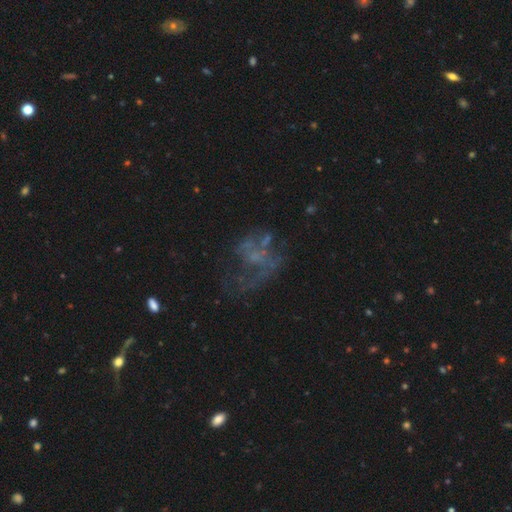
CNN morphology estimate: A featured or disk galaxy (56%) with no bar (88%), no spiral arms (79%) and no central bulge (69%).

Vote fractions:
- Smooth or featured? featured or disk: 56% / star or artifact: 23% / smooth: 21%
- Edge-on disk? no: 98% / yes: 2%
- Bar? no: 88% / weak: 10% / strong: 2%
- Spiral arms? no: 79% / yes: 21%
- Bulge size? none: 69% / small: 20% / moderate: 8% / large: 2% / dominant: 1%
- Merging? major disturbance: 40% / none: 37% / minor disturbance: 15% / merger: 8%